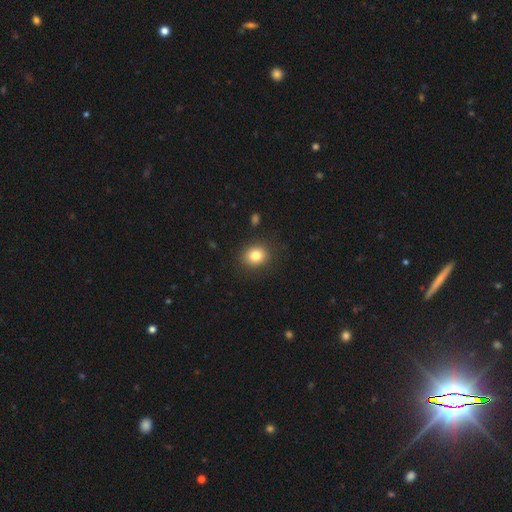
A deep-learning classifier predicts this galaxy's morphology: This is clearly a smooth galaxy (82%). How rounded: likely round (72%). Merging: clearly none (88%).